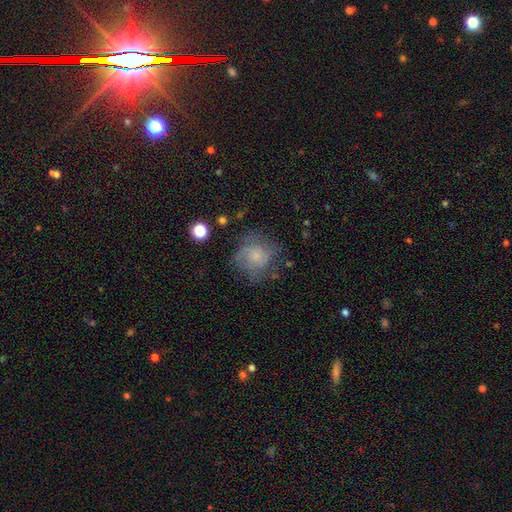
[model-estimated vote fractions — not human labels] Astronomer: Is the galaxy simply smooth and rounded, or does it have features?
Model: smooth — 51% (runner-up: featured or disk, 38%).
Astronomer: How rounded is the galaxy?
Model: round — 81%.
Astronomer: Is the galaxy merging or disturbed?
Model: none — 55%.